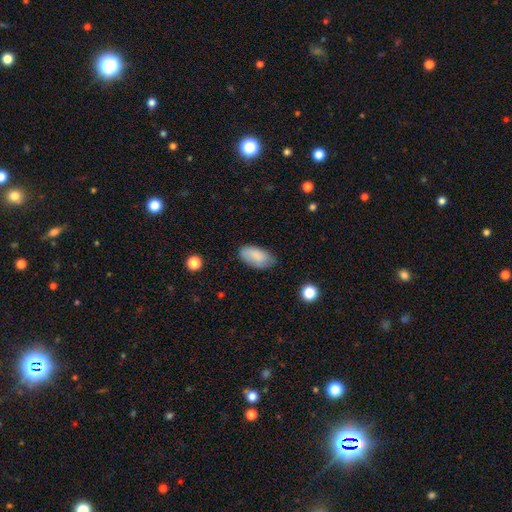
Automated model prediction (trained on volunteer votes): Smooth or featured? smooth (82%)
How rounded? in between (94%)
Merging? none (69%)